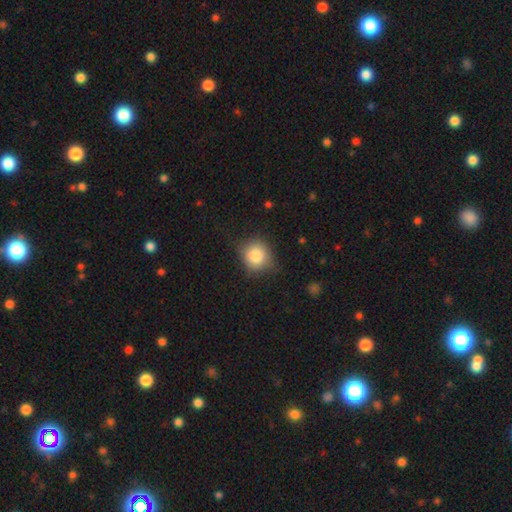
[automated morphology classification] This is clearly a smooth galaxy (82%). How rounded: clearly round (80%). Merging: likely none (71%).